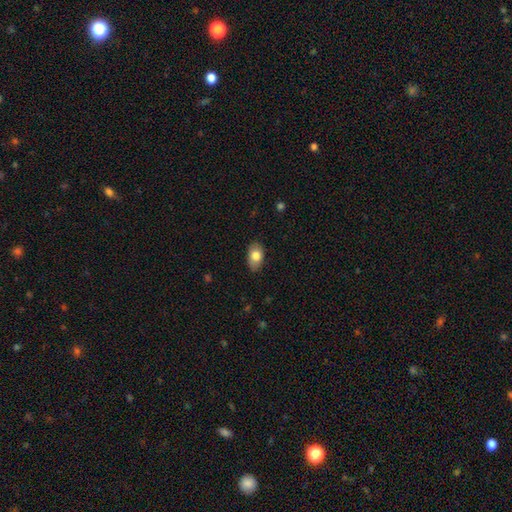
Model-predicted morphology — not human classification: This appears to be a smooth galaxy with no disk features (80%) that is in between round and cigar-shaped (89%). Merging: none (84%).